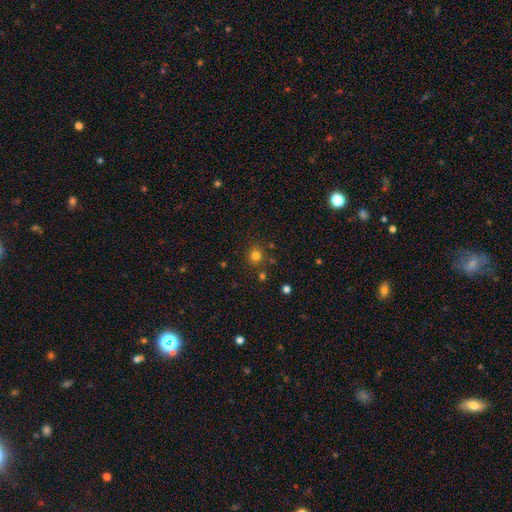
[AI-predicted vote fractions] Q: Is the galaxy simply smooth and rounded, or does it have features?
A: smooth — 79%.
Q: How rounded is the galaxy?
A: round — 89%.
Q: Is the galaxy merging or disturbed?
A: none — 83%.